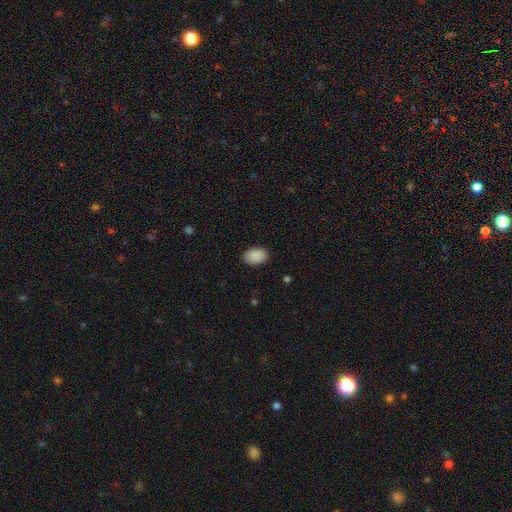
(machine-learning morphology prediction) Smooth or featured?
  - smooth: 90% *
  - star or artifact: 7%
  - featured or disk: 3%
How rounded?
  - in between: 85% *
  - round: 14%
  - cigar-shaped: 1%
Merging?
  - none: 87% *
  - minor disturbance: 10%
  - major disturbance: 2%
  - merger: 1%